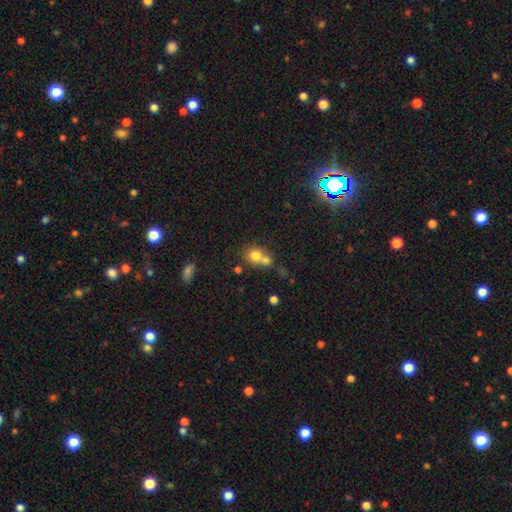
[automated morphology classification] type=smooth (75%); roundness=round (80%); merging=merger (52%).